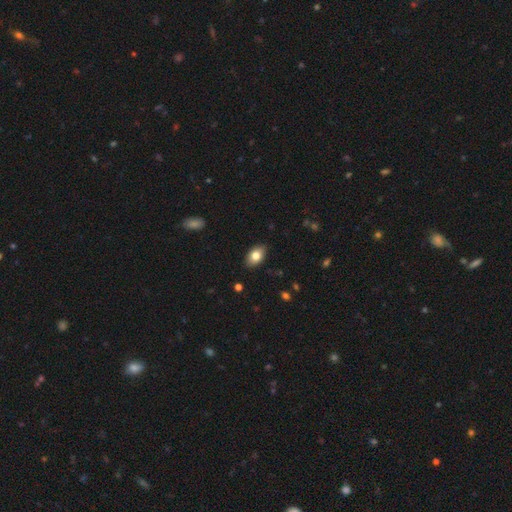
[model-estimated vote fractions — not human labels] Smooth or featured?
  - smooth: 80% *
  - featured or disk: 13%
  - star or artifact: 7%
How rounded?
  - in between: 90% *
  - round: 8%
  - cigar-shaped: 2%
Merging?
  - none: 86% *
  - minor disturbance: 11%
  - major disturbance: 2%
  - merger: 1%